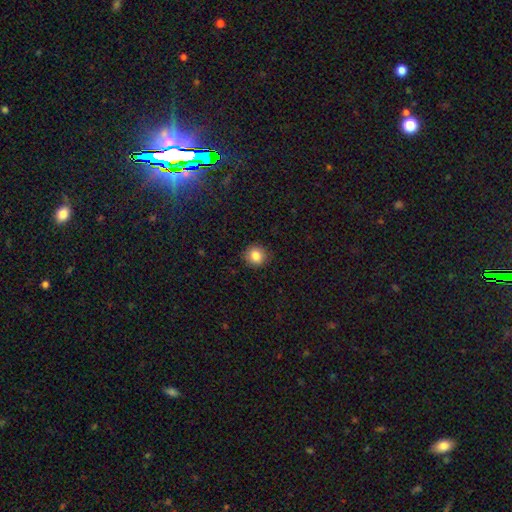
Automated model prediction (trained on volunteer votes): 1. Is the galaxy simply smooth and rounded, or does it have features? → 84% smooth, 10% star or artifact, 6% featured or disk.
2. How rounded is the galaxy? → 88% round, 11% in between, 1% cigar-shaped.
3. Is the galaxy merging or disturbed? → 90% none, 7% minor disturbance, 2% major disturbance, 1% merger.